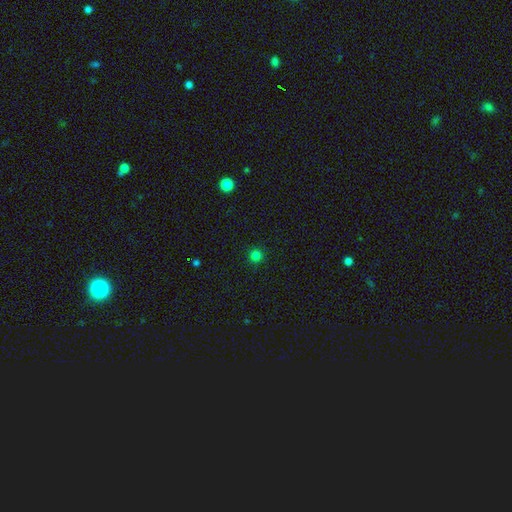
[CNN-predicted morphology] This appears to be a smooth galaxy with no disk features (80%) that is round (95%). Merging: none (92%).